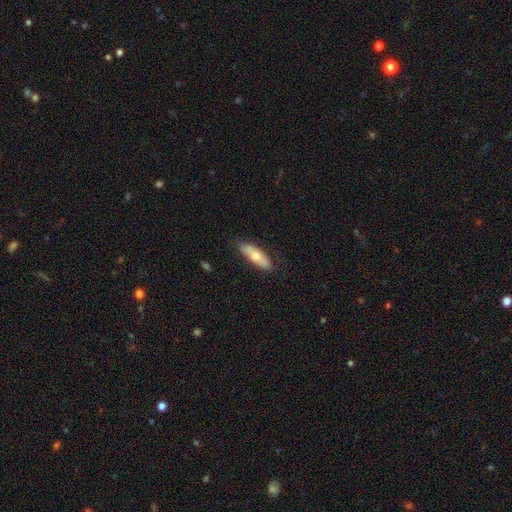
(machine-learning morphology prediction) This is likely a smooth galaxy (66%). How rounded: likely in between (62%). Merging: clearly none (83%).